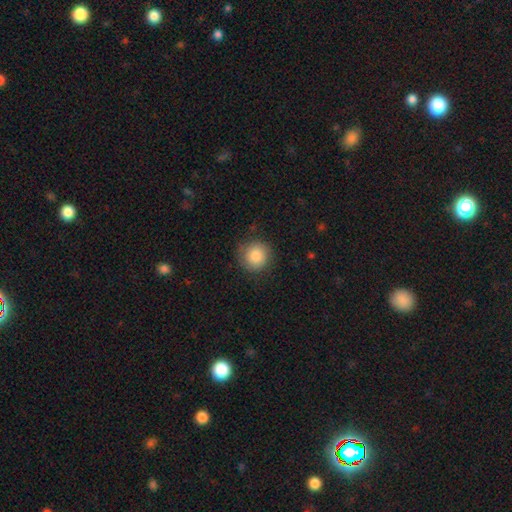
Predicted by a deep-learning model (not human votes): Smooth or featured? smooth (84%)
How rounded? round (93%)
Merging? none (82%)